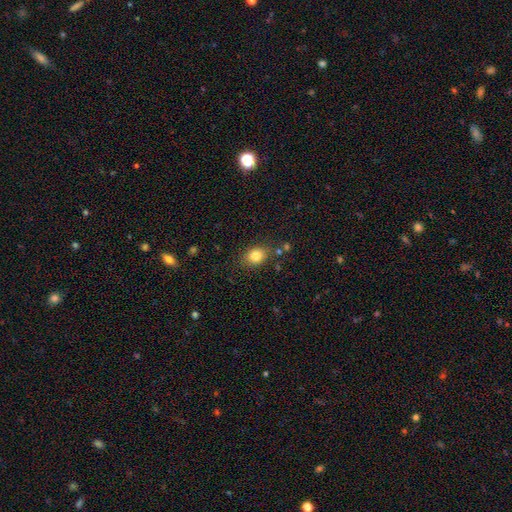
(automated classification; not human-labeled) This appears to be a smooth galaxy with no disk features (82%) that is in between round and cigar-shaped (57%). Merging: none (80%).